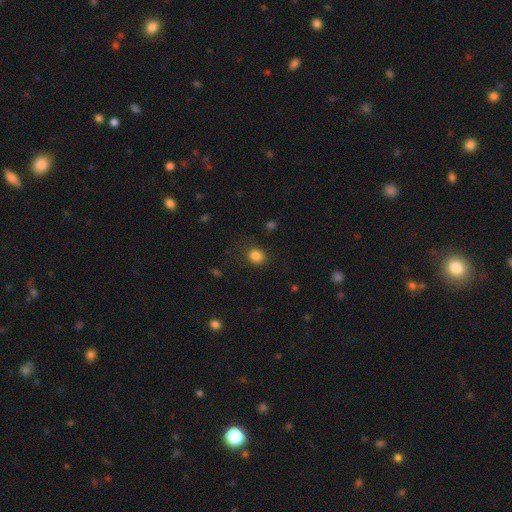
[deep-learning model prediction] Overall: smooth (84%). How rounded: round (75%). Merging: none (81%).